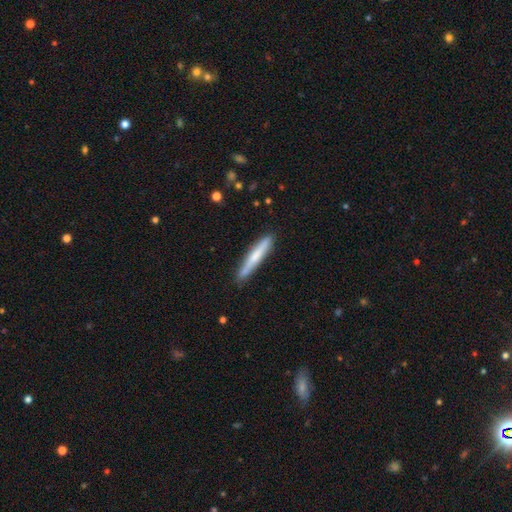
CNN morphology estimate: Smooth or featured: smooth — 61% (featured or disk — 33%)
How rounded: cigar-shaped — 94% (in between — 5%)
Merging: none — 87% (minor disturbance — 10%)